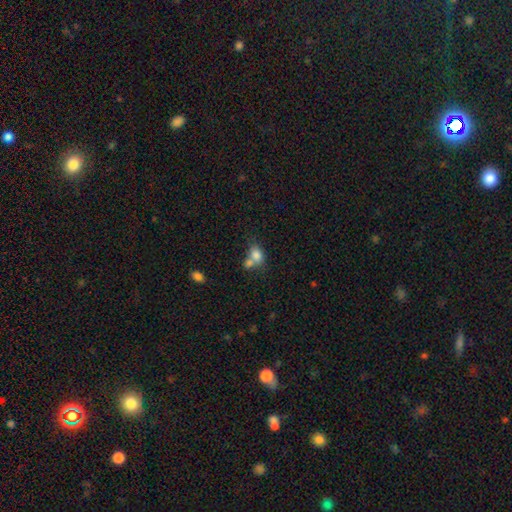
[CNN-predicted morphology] Overall: smooth (79%). How rounded: in between (65%; round 34%). Merging: merger (54%; none 30%).